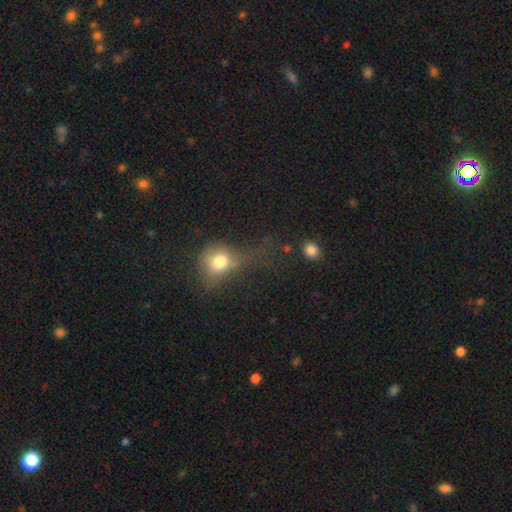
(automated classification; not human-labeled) Smooth or featured: smooth — 55% (star or artifact — 28%)
How rounded: round — 71% (in between — 25%)
Merging: none — 35% (major disturbance — 34%)